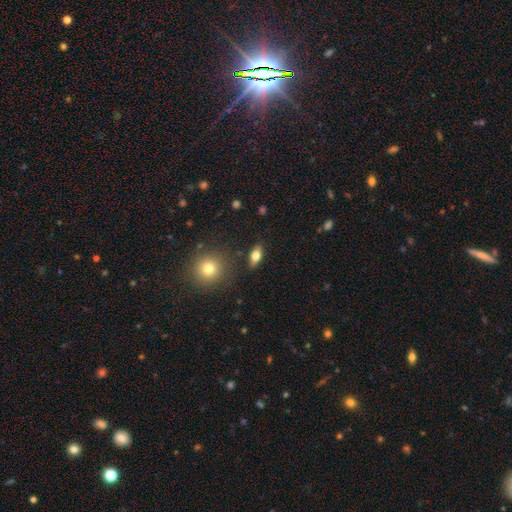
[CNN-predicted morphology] smooth_or_featured: smooth (p=0.69) [alt: featured or disk p=0.22]
how_rounded: in between (p=0.81) [alt: cigar-shaped p=0.11]
merging: none (p=0.85) [alt: minor disturbance p=0.09]